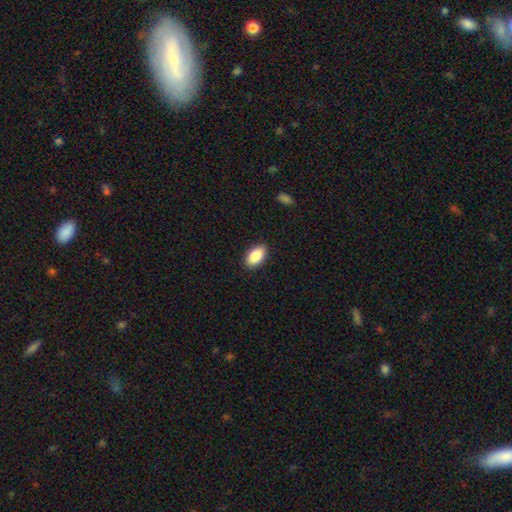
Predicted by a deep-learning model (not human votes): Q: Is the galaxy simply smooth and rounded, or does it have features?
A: smooth — 88%.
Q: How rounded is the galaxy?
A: in between — 94%.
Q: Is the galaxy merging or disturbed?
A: none — 89%.